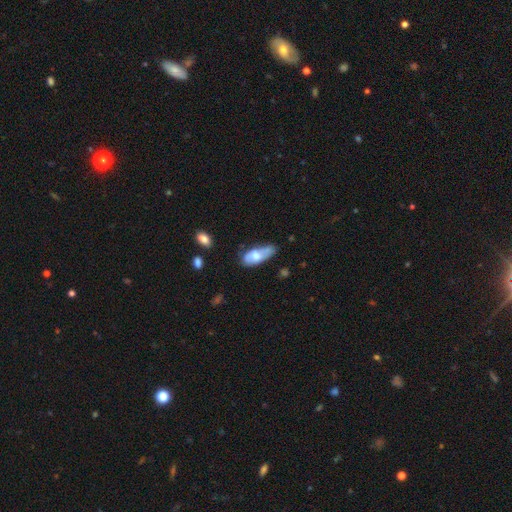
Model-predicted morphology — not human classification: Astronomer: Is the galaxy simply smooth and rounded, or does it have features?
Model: smooth — 61%.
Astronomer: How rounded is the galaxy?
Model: in between — 82%.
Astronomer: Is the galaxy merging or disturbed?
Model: none — 41% (runner-up: minor disturbance, 36%).